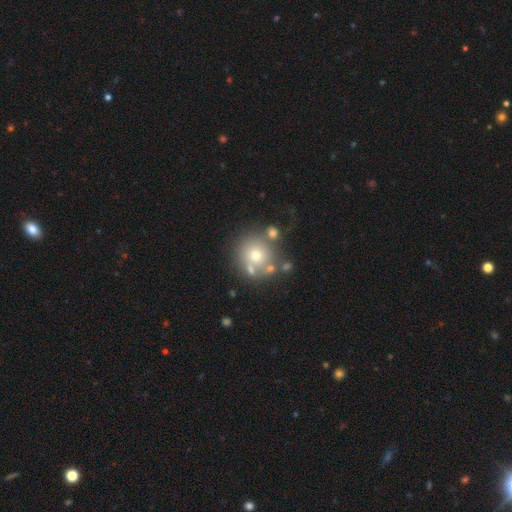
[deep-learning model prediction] A smooth galaxy with no disk features (61%) that is round (91%).

Vote fractions:
- Smooth or featured? smooth: 61% / featured or disk: 23% / star or artifact: 17%
- How rounded? round: 91% / in between: 8% / cigar-shaped: 1%
- Merging? none: 63% / merger: 18% / minor disturbance: 12% / major disturbance: 6%